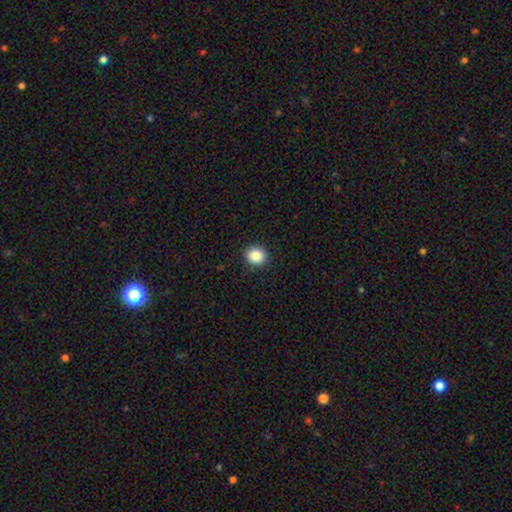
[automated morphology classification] Smooth or featured? Predicted: smooth (p=0.87). How rounded? Predicted: round (p=0.79). Merging? Predicted: none (p=0.92).